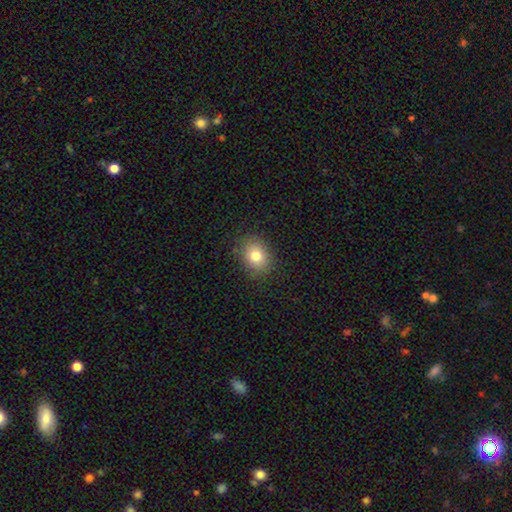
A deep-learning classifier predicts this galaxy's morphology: Overall: smooth (79%). How rounded: in between (55%; round 44%). Merging: none (85%).